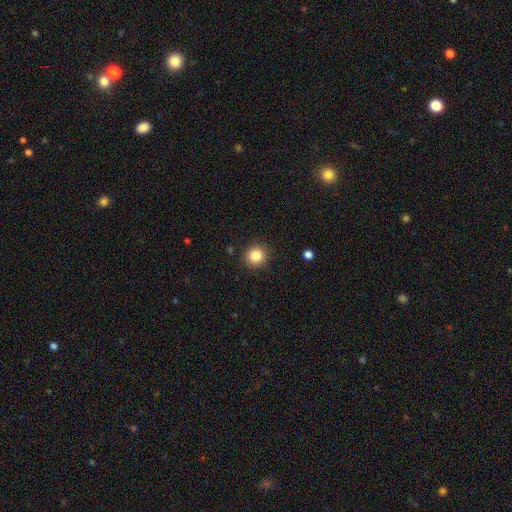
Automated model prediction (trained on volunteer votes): Smooth or featured: smooth — 84% (star or artifact — 11%)
How rounded: round — 90% (in between — 9%)
Merging: none — 91% (minor disturbance — 6%)